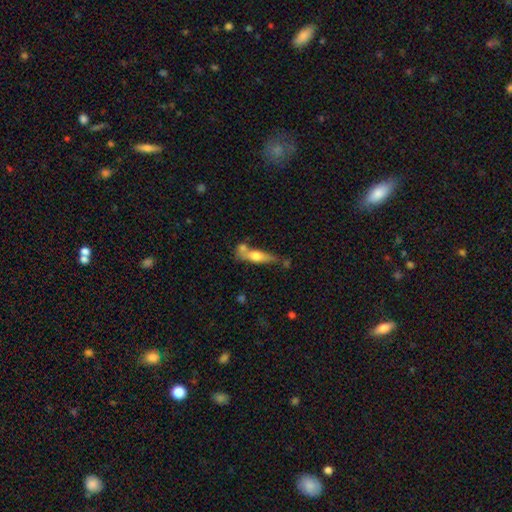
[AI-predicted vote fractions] Smooth or featured?
  - smooth: 51% *
  - featured or disk: 41%
  - star or artifact: 7%
How rounded?
  - cigar-shaped: 64% *
  - in between: 32%
  - round: 4%
Merging?
  - none: 43% *
  - merger: 30%
  - minor disturbance: 18%
  - major disturbance: 9%